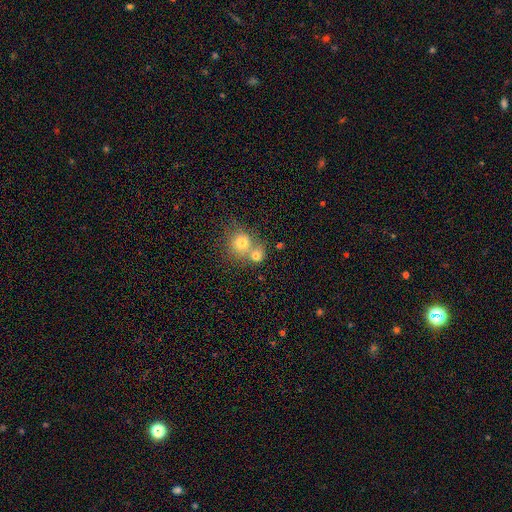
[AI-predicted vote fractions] Smooth or featured?
  - smooth: 75% *
  - featured or disk: 13%
  - star or artifact: 13%
How rounded?
  - round: 78% *
  - in between: 21%
  - cigar-shaped: 1%
Merging?
  - merger: 53% *
  - none: 38%
  - minor disturbance: 7%
  - major disturbance: 3%